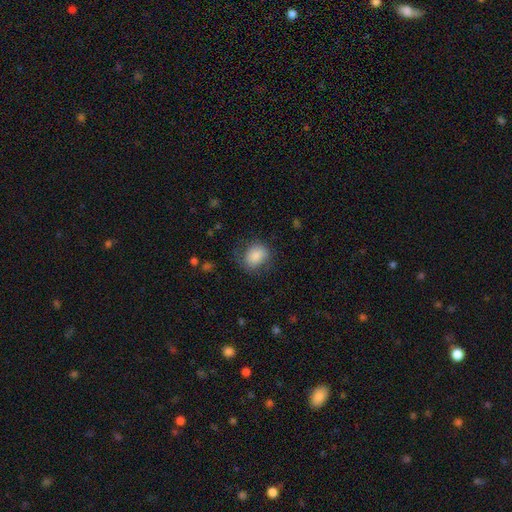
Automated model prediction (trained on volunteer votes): Smooth or featured? Predicted: smooth (p=0.80). How rounded? Predicted: round (p=0.53). Merging? Predicted: none (p=0.64).